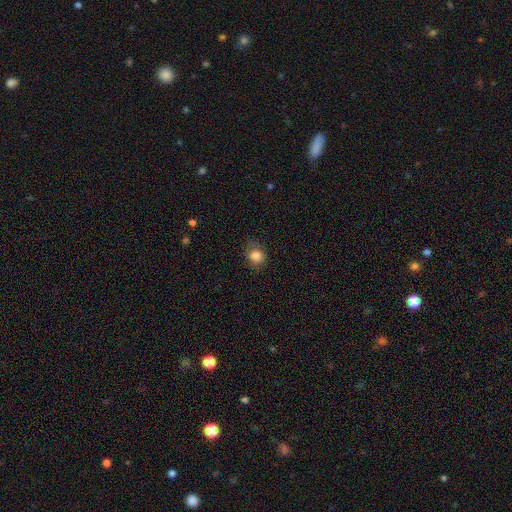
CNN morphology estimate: type=smooth (83%); roundness=round (77%); merging=none (72%).